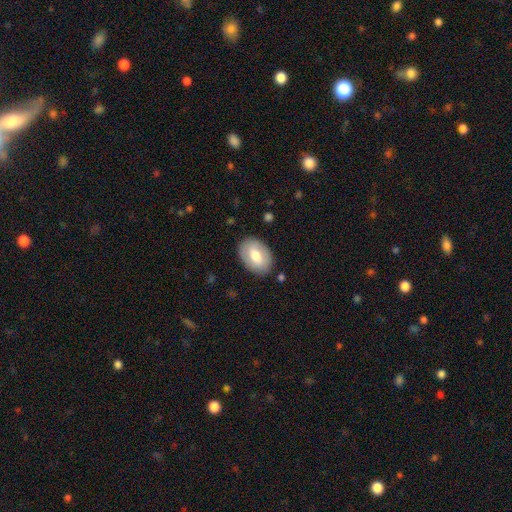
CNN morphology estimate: The model was most divided on "smooth or featured": smooth: 66%, featured or disk: 28%, star or artifact: 6%. More confident: how rounded — in between (85%); merging — none (84%).